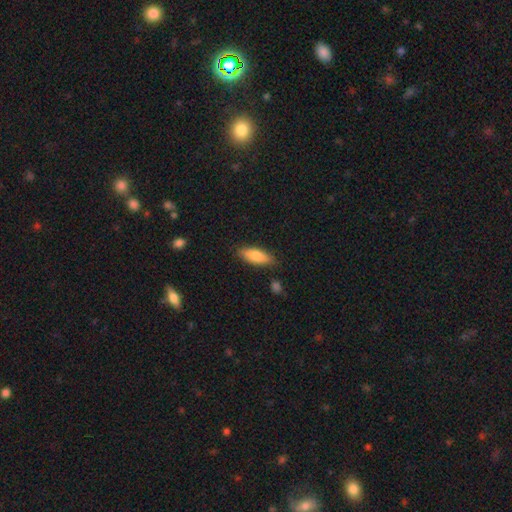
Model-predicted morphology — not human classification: The model was most divided on "how rounded": in between: 65%, cigar-shaped: 33%, round: 2%. More confident: merging — none (84%); smooth or featured — smooth (80%).